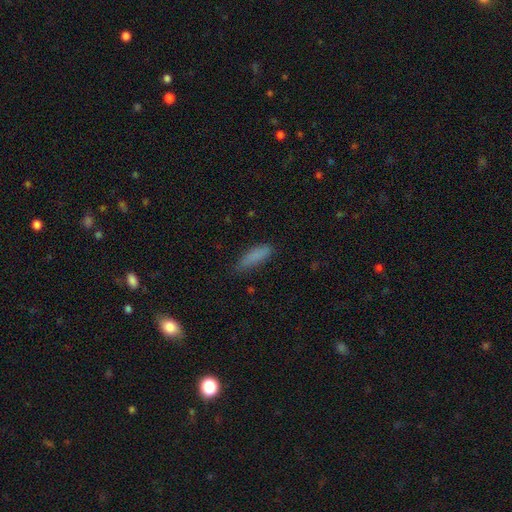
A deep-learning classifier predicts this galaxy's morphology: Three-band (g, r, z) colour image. It shows a smooth galaxy with no disk features (85%) that is cigar-shaped (57%). Merging: none (76%).